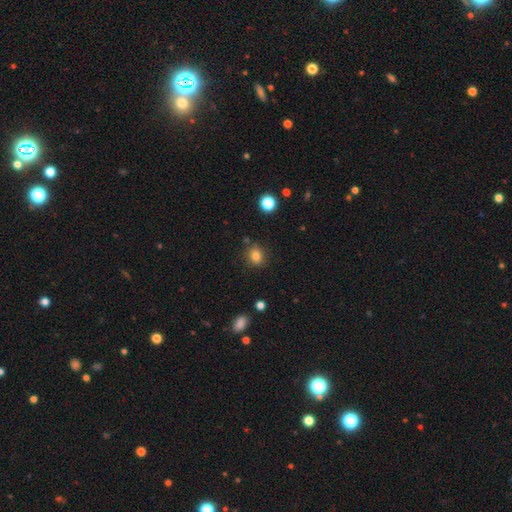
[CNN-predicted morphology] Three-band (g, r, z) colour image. It shows a smooth galaxy with no disk features (81%) that is round (73%). Merging: none (81%).